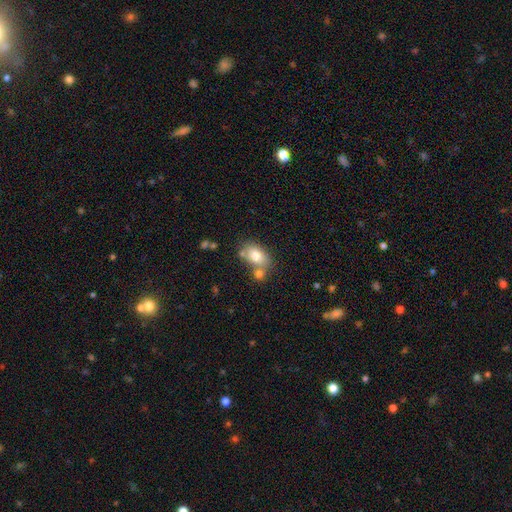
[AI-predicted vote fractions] smooth-or-featured: smooth: 80% | featured or disk: 12% | star or artifact: 8%
  how-rounded: in between: 84% | round: 15% | cigar-shaped: 2%
  merging: none: 51% | merger: 29% | minor disturbance: 15% | major disturbance: 5%